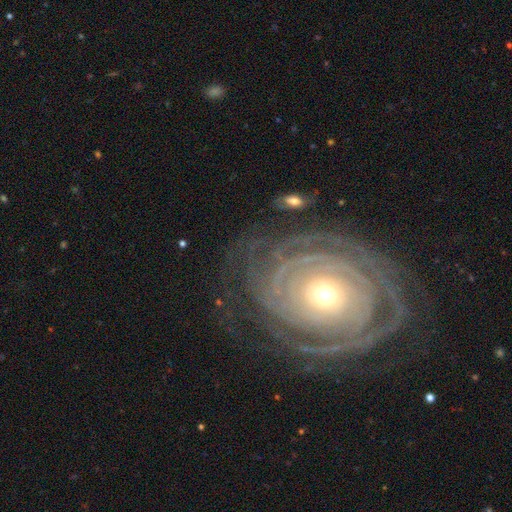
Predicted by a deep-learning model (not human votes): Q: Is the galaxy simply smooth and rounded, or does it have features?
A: featured or disk — 88%.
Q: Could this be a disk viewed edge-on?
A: no — 96%.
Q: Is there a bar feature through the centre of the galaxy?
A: no — 78%.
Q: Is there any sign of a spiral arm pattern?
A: yes — 96%.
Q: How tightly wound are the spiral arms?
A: tight — 86%.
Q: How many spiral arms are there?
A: can't tell — 30%.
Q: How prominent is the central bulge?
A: small — 60%.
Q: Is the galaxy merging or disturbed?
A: none — 75%.